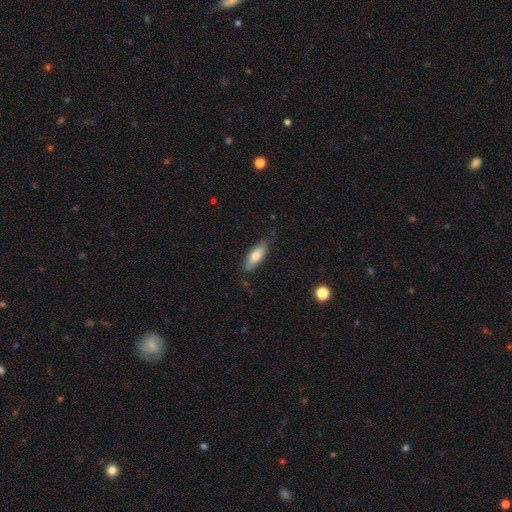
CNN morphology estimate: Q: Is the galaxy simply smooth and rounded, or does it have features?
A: smooth — 74%.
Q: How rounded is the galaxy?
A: in between — 62%.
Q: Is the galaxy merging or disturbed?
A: none — 72%.